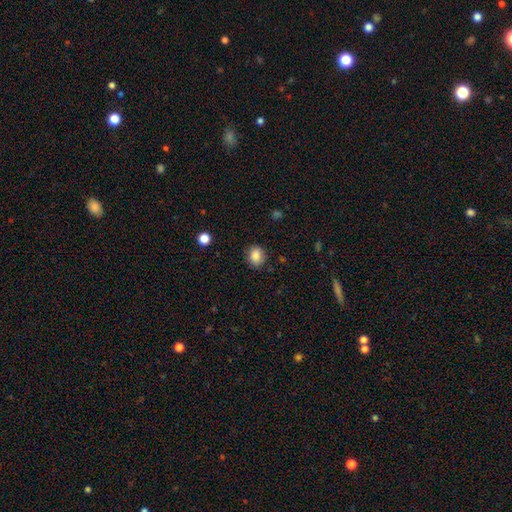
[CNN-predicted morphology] Smooth or featured? Predicted: smooth (p=0.86). How rounded? Predicted: round (p=0.63). Merging? Predicted: none (p=0.85).